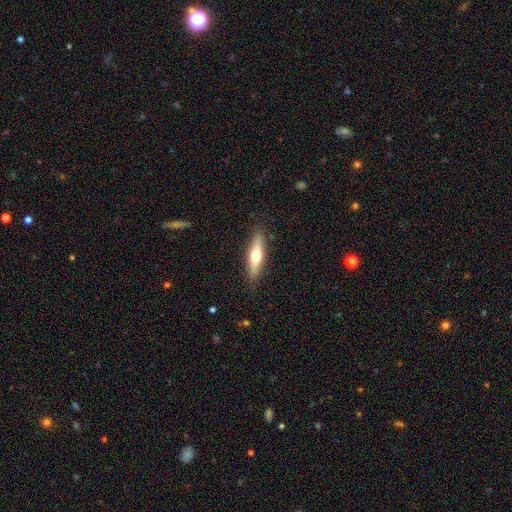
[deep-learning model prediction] smooth-or-featured: smooth: 52% | featured or disk: 42% | star or artifact: 6%
  how-rounded: cigar-shaped: 72% | in between: 26% | round: 2%
  merging: none: 88% | minor disturbance: 9% | major disturbance: 2% | merger: 1%